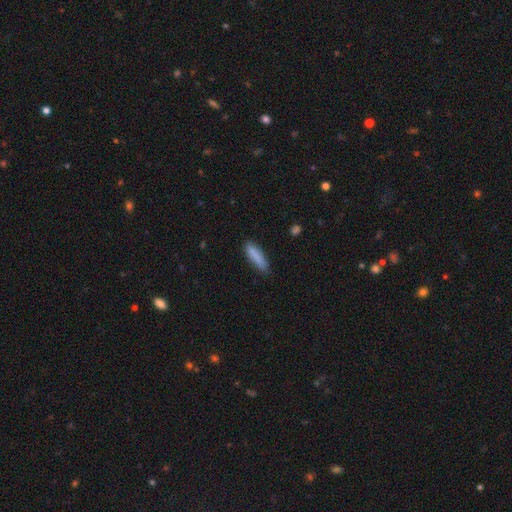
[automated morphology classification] Overall: smooth (86%). How rounded: cigar-shaped (72%). Merging: none (79%).